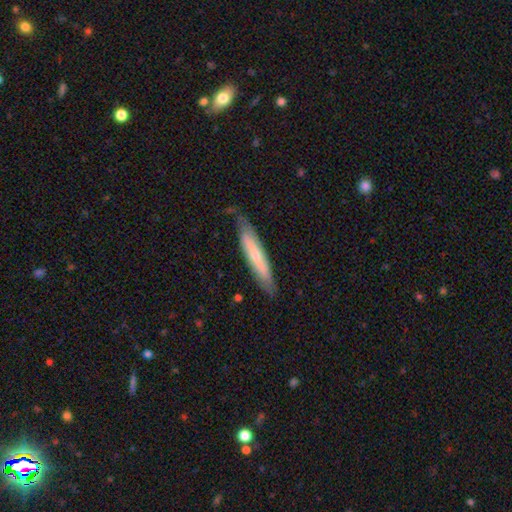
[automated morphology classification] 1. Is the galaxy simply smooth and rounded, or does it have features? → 47% smooth (tied), 47% featured or disk (tied), 6% star or artifact.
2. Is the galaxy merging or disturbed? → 74% none, 20% minor disturbance, 5% major disturbance, 2% merger.